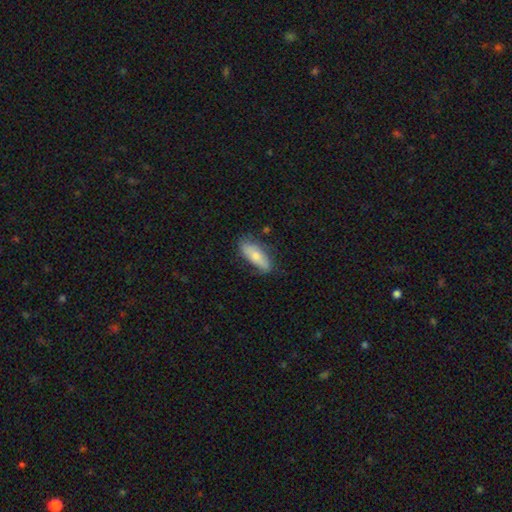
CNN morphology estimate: type=smooth (69%); roundness=in between (68%); merging=none (71%).